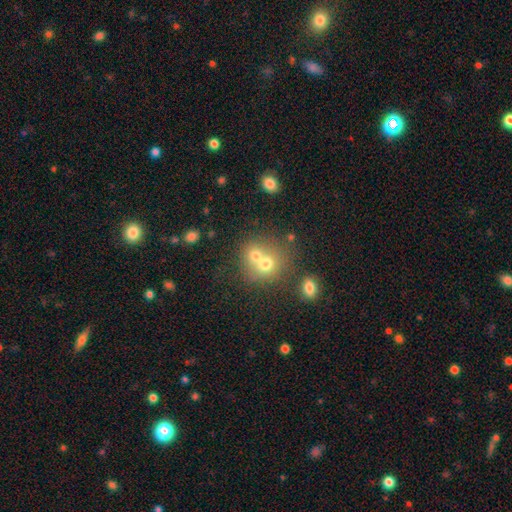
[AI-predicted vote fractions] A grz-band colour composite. It shows a smooth galaxy with no disk features (66%) that is round (75%). Merging: merger (57%).